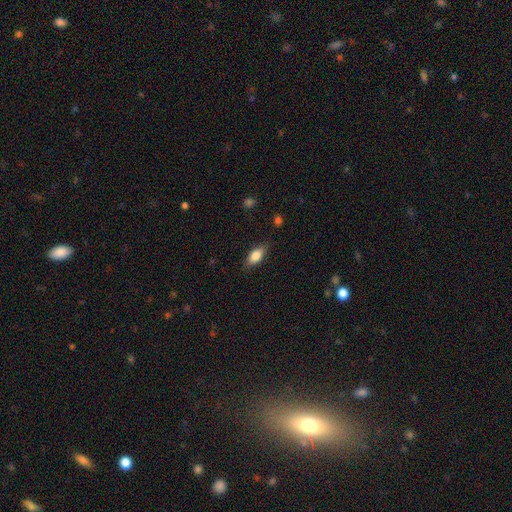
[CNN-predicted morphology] type=smooth (76%); roundness=in between (82%); merging=none (80%).